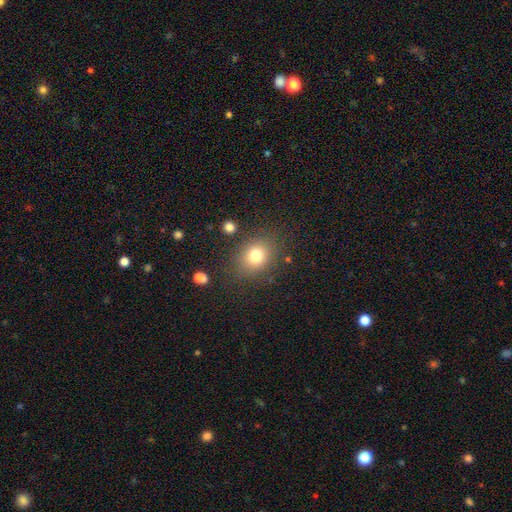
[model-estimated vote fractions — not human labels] A smooth galaxy with no disk features (78%) that is round (55%). Merging: none (80%).